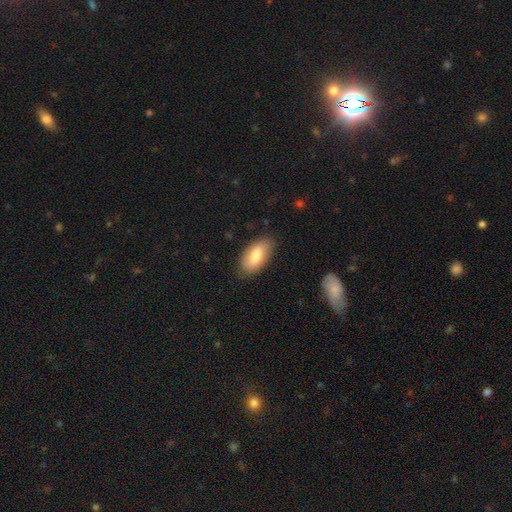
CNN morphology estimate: smooth_or_featured: smooth (p=0.75) [alt: featured or disk p=0.19]
how_rounded: in between (p=0.93) [alt: cigar-shaped p=0.05]
merging: none (p=0.82) [alt: minor disturbance p=0.14]